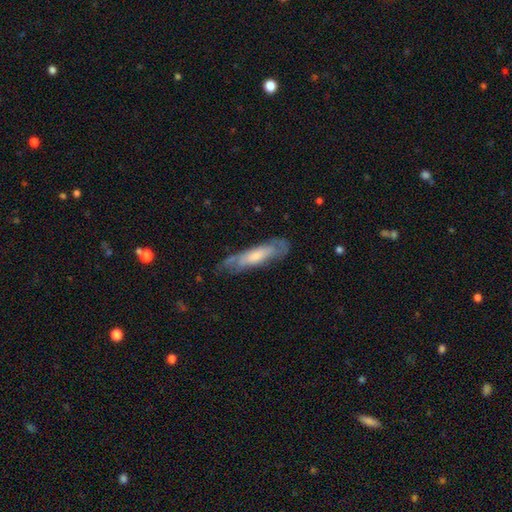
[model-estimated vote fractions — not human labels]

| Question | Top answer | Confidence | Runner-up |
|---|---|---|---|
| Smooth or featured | featured or disk | 50% | smooth (43%) |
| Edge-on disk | no | 56% | yes (44%) |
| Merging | none | 64% | minor disturbance (25%) |